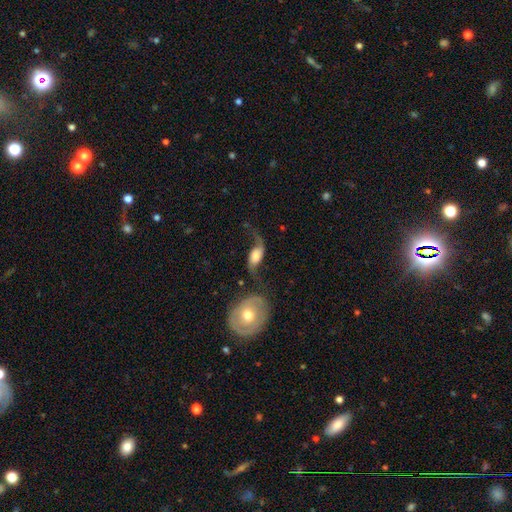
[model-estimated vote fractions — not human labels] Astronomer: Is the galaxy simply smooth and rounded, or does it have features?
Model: featured or disk — 74%.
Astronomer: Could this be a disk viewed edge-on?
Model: no — 93%.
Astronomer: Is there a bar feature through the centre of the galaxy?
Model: no — 52% (runner-up: weak, 34%).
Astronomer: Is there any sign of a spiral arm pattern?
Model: yes — 92%.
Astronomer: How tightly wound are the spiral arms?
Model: loose — 88%.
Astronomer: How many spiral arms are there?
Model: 2 — 89%.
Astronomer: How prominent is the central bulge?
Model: moderate — 39% (runner-up: large, 30%).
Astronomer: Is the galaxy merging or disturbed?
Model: none — 43% (runner-up: major disturbance, 21%).